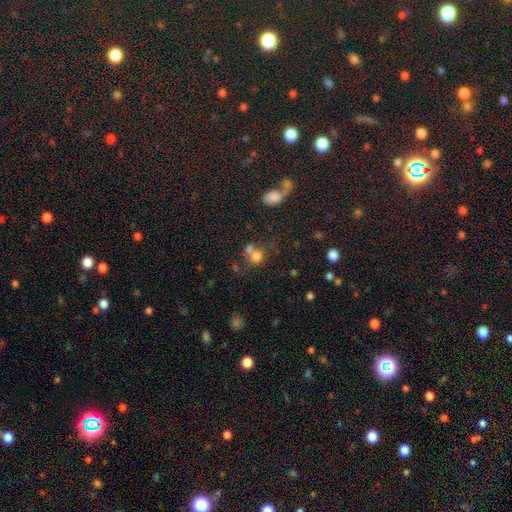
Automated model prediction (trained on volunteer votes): Q: Smooth or featured?
A: smooth (73%); runner-up: star or artifact (15%)
Q: How rounded?
A: round (73%); runner-up: in between (26%)
Q: Merging?
A: merger (44%); runner-up: none (40%)